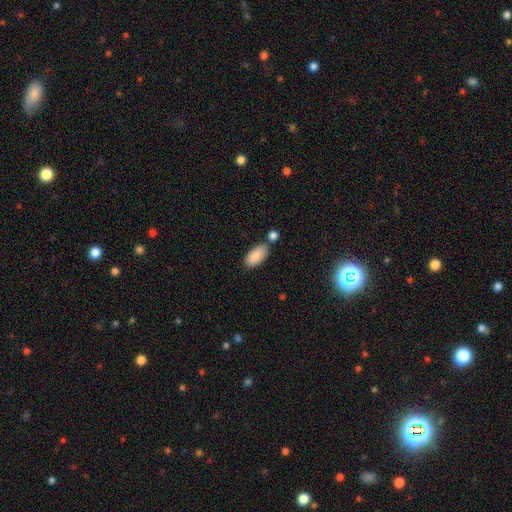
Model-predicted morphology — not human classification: The model was most divided on "merging": none: 67%, merger: 15%, minor disturbance: 14%, major disturbance: 3%. More confident: how rounded — in between (92%); smooth or featured — smooth (88%).